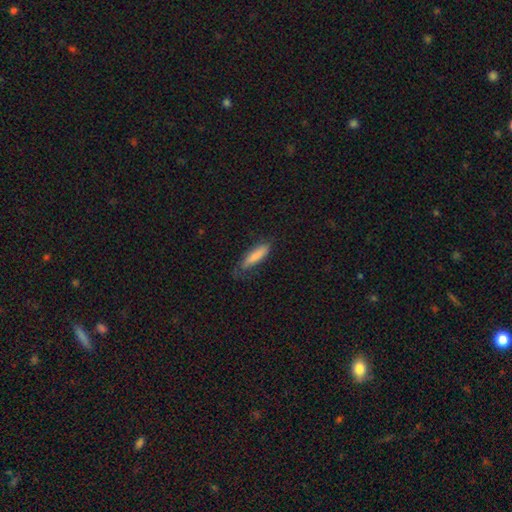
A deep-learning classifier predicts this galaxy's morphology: smooth-or-featured: smooth: 81% | featured or disk: 13% | star or artifact: 6%
  how-rounded: cigar-shaped: 67% | in between: 31% | round: 2%
  merging: none: 68% | minor disturbance: 24% | major disturbance: 7% | merger: 2%